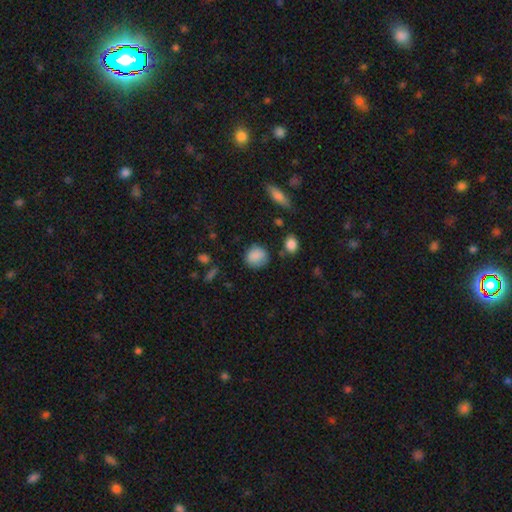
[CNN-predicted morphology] type=smooth (85%); roundness=round (71%); merging=none (74%).